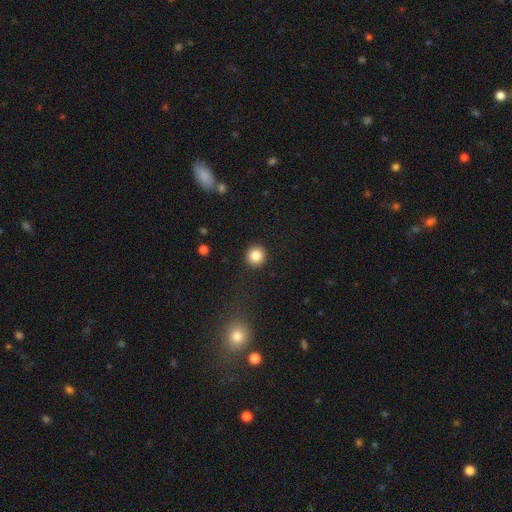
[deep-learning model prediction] Smooth or featured? Predicted: smooth (p=0.85). How rounded? Predicted: round (p=0.94). Merging? Predicted: none (p=0.92).